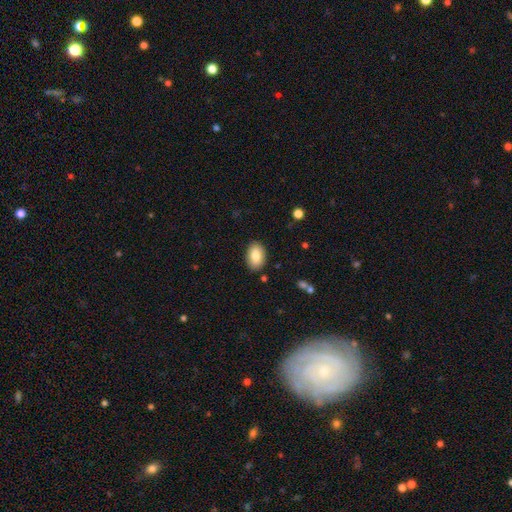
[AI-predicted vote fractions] The model was most divided on "smooth or featured": smooth: 83%, featured or disk: 10%, star or artifact: 7%. More confident: how rounded — in between (89%); merging — none (87%).